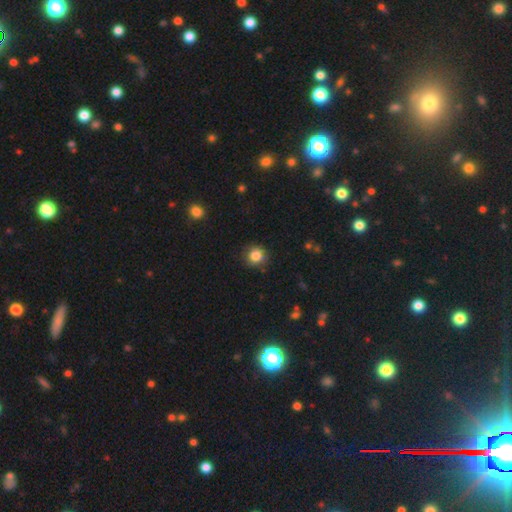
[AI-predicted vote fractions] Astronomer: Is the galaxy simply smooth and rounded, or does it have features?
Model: smooth — 83%.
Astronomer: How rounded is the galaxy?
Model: round — 86%.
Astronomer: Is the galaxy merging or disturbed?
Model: none — 85%.